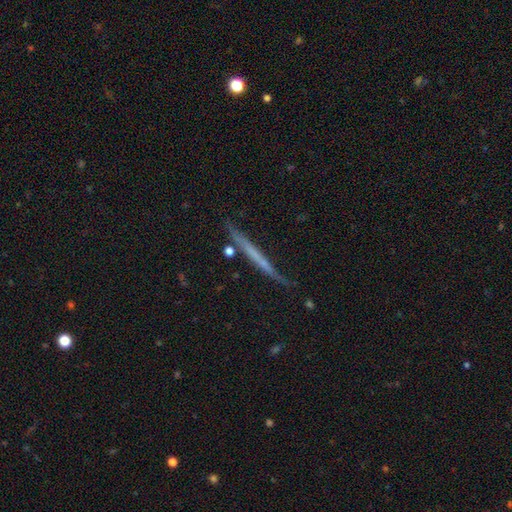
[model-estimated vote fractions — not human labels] Smooth or featured? Predicted: featured or disk (p=0.56). Edge-on disk? Predicted: yes (p=0.96). Edge-on bulge? Predicted: none (p=0.88). Merging? Predicted: none (p=0.78).